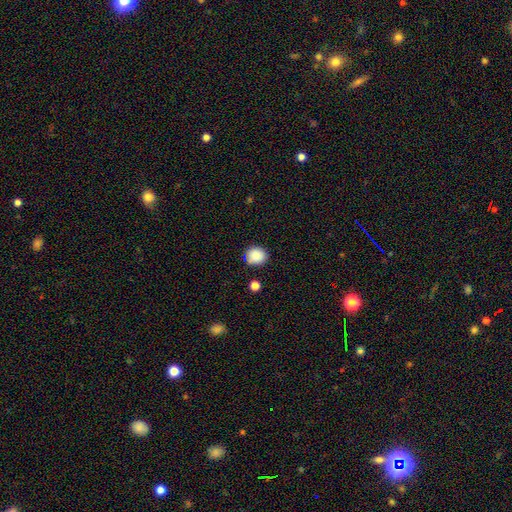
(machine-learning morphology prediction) A smooth galaxy with no disk features (87%) that is round (76%).

Vote fractions:
- Smooth or featured? smooth: 87% / star or artifact: 9% / featured or disk: 3%
- How rounded? round: 76% / in between: 23% / cigar-shaped: 1%
- Merging? none: 82% / minor disturbance: 12% / merger: 4% / major disturbance: 3%